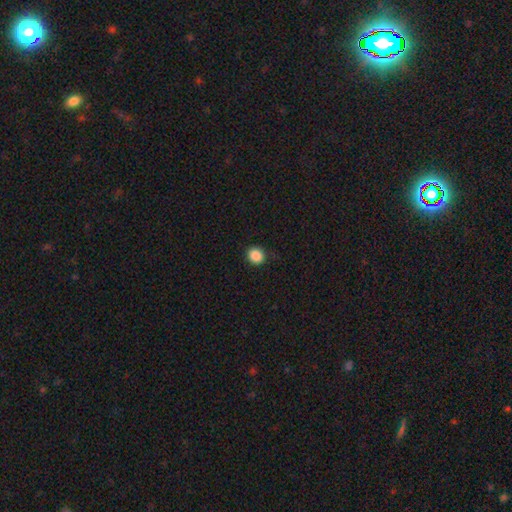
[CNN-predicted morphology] Smooth or featured? smooth (88%)
How rounded? round (77%)
Merging? none (86%)